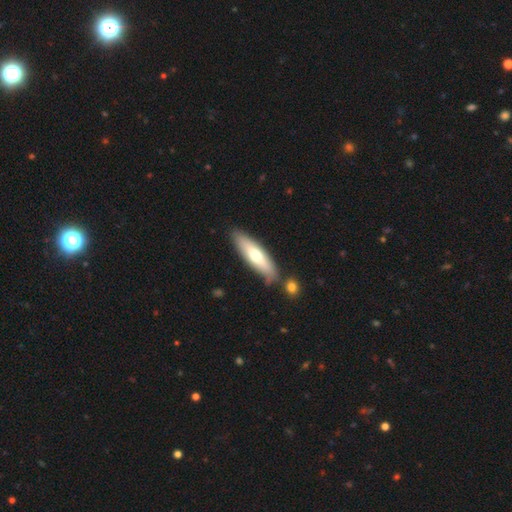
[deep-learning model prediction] Overall: smooth (61%; featured or disk 33%). How rounded: cigar-shaped (64%; in between 35%). Merging: none (80%).